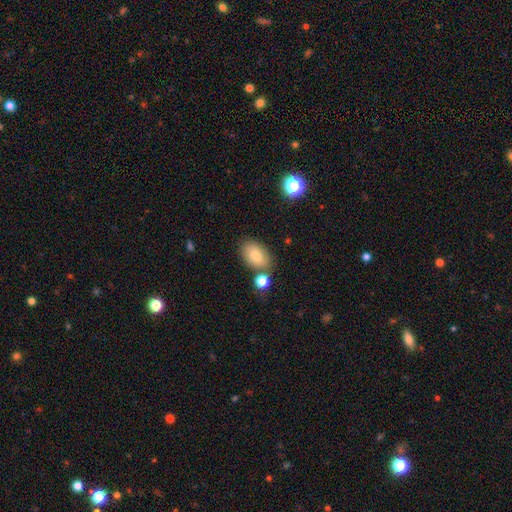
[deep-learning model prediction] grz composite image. It shows a smooth galaxy with no disk features (78%) that is in between round and cigar-shaped (86%). Merging: none (72%).